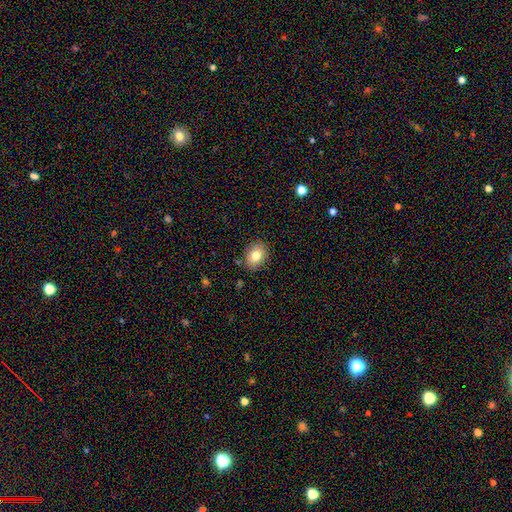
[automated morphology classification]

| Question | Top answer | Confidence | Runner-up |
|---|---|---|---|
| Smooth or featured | smooth | 80% | featured or disk (10%) |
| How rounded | in between | 54% | round (45%) |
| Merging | none | 87% | minor disturbance (10%) |